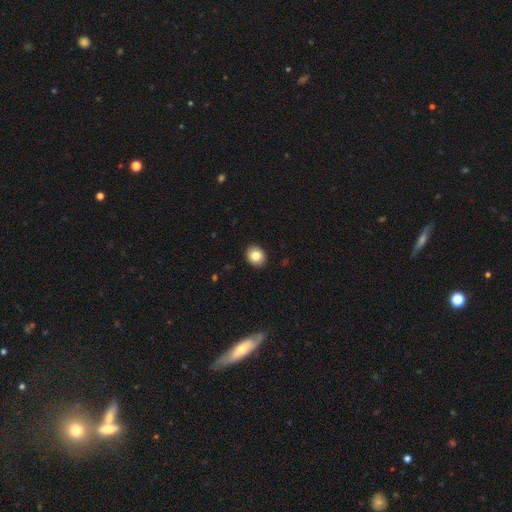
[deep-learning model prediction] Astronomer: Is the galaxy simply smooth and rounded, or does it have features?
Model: smooth — 82%.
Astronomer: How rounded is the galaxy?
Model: round — 72%.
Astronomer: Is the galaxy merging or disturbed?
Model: none — 92%.